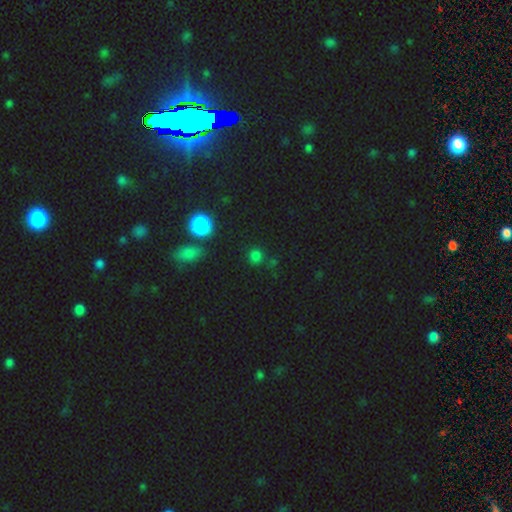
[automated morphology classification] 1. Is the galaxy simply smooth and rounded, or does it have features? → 68% smooth, 27% star or artifact, 5% featured or disk.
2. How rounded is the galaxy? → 88% round, 11% in between, 1% cigar-shaped.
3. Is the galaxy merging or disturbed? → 79% none, 10% minor disturbance, 7% merger, 4% major disturbance.